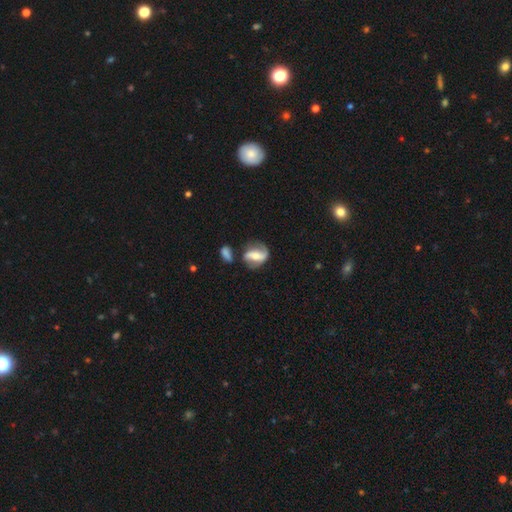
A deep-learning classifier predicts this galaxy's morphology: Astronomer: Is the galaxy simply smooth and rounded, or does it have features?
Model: featured or disk — 69%.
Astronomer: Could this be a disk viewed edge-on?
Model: no — 95%.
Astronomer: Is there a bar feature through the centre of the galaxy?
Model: strong — 44% (runner-up: weak, 31%).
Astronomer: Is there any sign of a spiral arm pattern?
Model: yes — 86%.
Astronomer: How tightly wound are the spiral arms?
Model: loose — 42% (runner-up: medium, 38%).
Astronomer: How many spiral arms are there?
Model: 2 — 83%.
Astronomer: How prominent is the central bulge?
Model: moderate — 51% (runner-up: small, 34%).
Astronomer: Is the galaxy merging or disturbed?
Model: none — 59%.